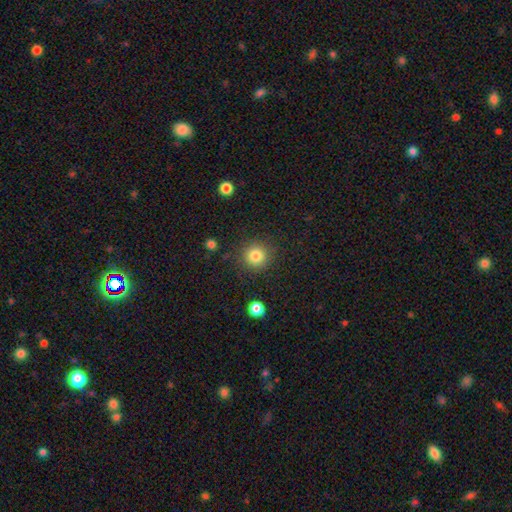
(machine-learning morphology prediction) Q: Smooth or featured?
A: smooth (83%); runner-up: star or artifact (11%)
Q: How rounded?
A: round (93%); runner-up: in between (6%)
Q: Merging?
A: none (88%); runner-up: minor disturbance (7%)